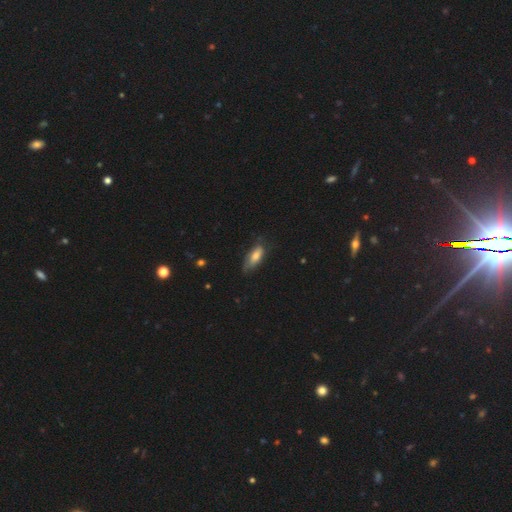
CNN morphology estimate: smooth_or_featured: smooth (p=0.71) [alt: featured or disk p=0.21]
how_rounded: in between (p=0.75) [alt: cigar-shaped p=0.23]
merging: none (p=0.58) [alt: minor disturbance p=0.31]